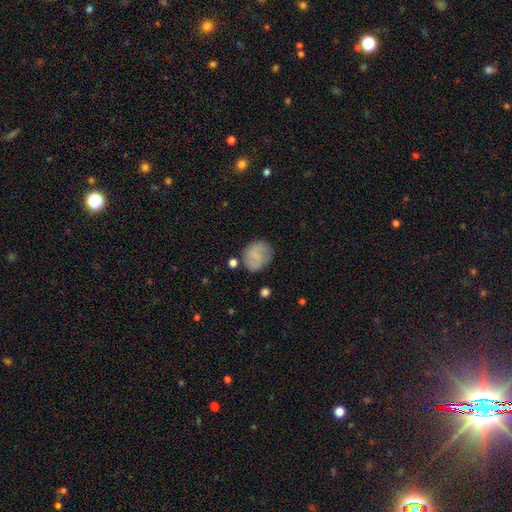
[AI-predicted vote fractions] Overall: smooth (70%). How rounded: round (68%; in between 31%). Merging: none (69%).